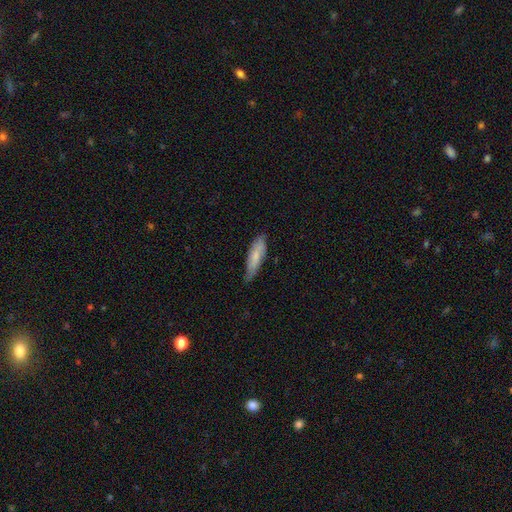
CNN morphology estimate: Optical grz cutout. It shows a smooth galaxy with no disk features (69%) that is cigar-shaped (58%). Merging: none (63%).